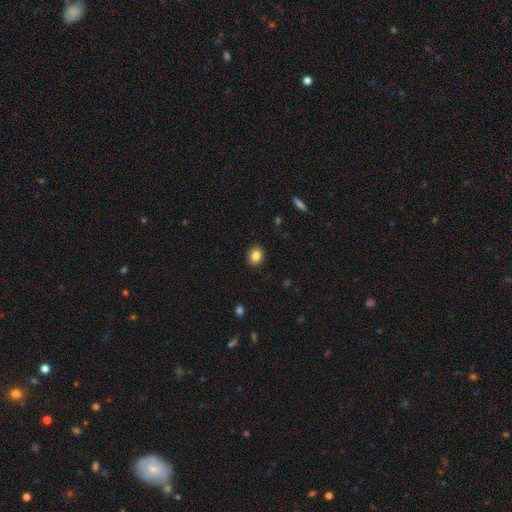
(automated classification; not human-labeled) Morphology: type=smooth (87%); roundness=in between (53%); merging=none (90%).